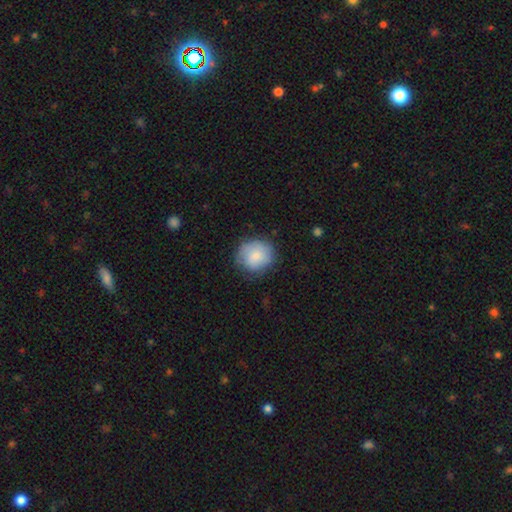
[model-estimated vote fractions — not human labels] A smooth galaxy with no disk features (78%) that is round (86%).

Vote fractions:
- Smooth or featured? smooth: 78% / featured or disk: 14% / star or artifact: 7%
- How rounded? round: 86% / in between: 13% / cigar-shaped: 1%
- Merging? none: 76% / minor disturbance: 18% / major disturbance: 5% / merger: 1%